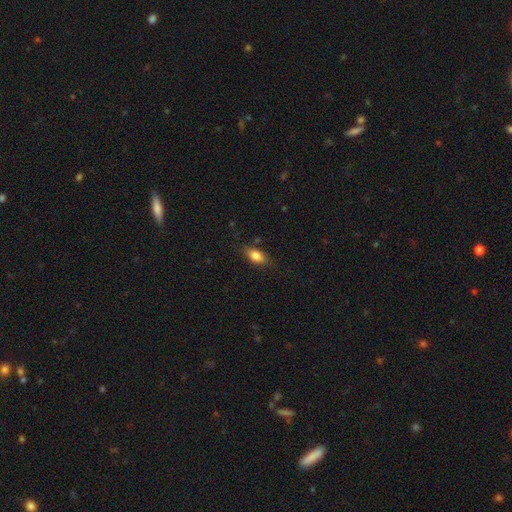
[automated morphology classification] Smooth or featured? Predicted: smooth (p=0.80). How rounded? Predicted: in between (p=0.85). Merging? Predicted: none (p=0.80).